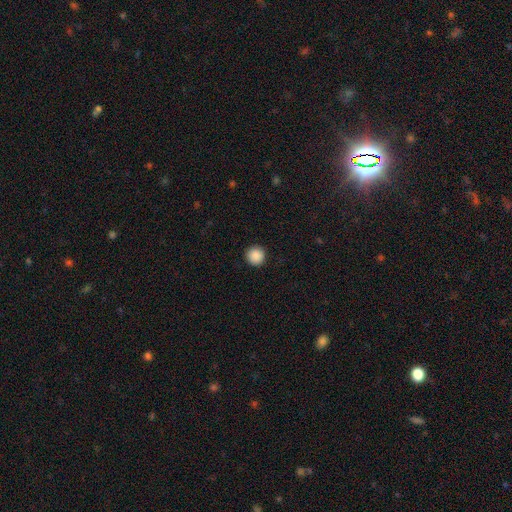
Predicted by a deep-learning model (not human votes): Q: Smooth or featured?
A: smooth (89%); runner-up: star or artifact (9%)
Q: How rounded?
A: round (96%); runner-up: in between (3%)
Q: Merging?
A: none (93%); runner-up: minor disturbance (5%)